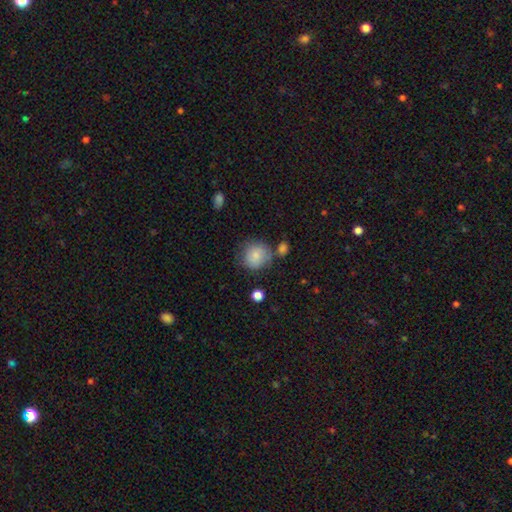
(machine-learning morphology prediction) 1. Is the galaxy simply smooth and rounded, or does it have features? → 80% smooth, 12% featured or disk, 8% star or artifact.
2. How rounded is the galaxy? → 85% round, 15% in between, 1% cigar-shaped.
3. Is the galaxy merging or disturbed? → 63% none, 20% minor disturbance, 10% merger, 7% major disturbance.